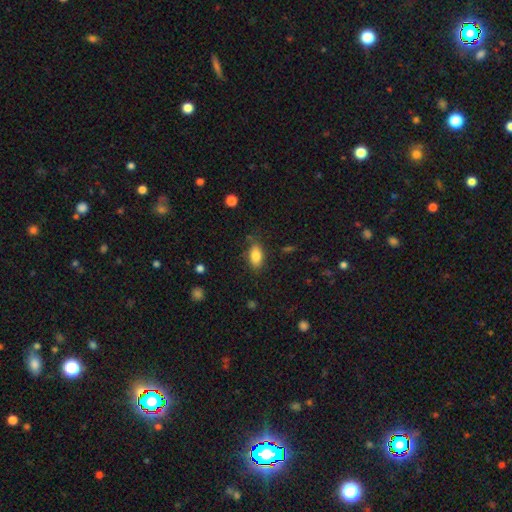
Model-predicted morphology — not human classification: The model was most divided on "merging": none: 79%, minor disturbance: 16%, major disturbance: 4%, merger: 2%. More confident: how rounded — in between (88%); smooth or featured — smooth (82%).